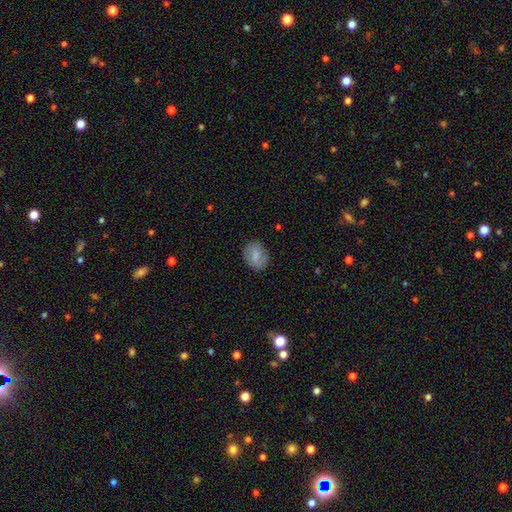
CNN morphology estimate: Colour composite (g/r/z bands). It shows a smooth galaxy with no disk features (75%) that is in between round and cigar-shaped (62%). Merging: none (82%).